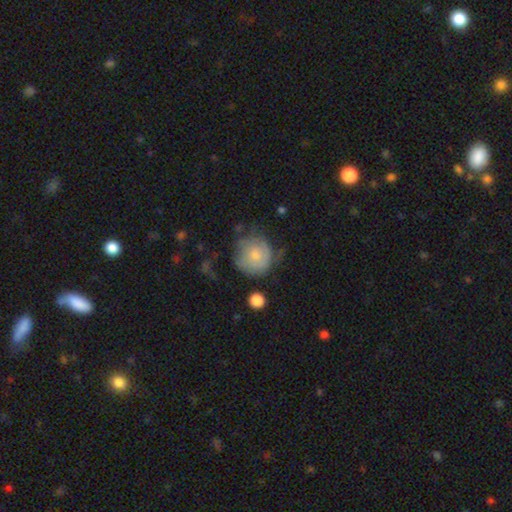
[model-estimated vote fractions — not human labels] A smooth galaxy with no disk features (61%) that is round (90%). Merging: none (49%).